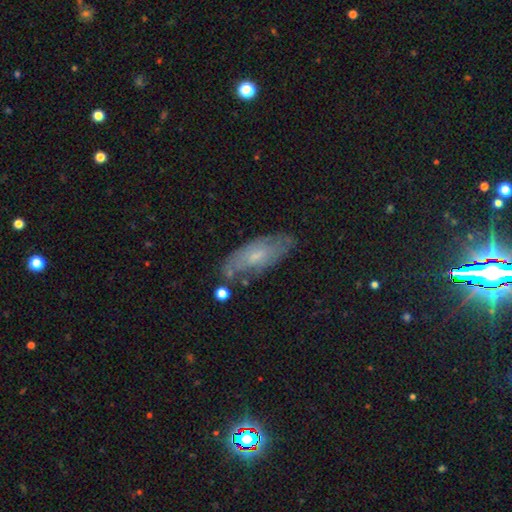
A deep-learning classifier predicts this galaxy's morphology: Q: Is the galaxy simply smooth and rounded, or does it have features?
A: featured or disk — 46%, tied with smooth.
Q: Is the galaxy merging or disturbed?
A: none — 67%.